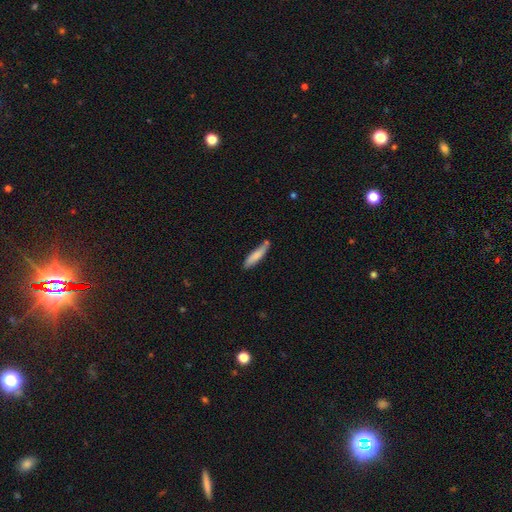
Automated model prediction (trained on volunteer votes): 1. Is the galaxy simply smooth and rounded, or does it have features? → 78% smooth, 16% featured or disk, 6% star or artifact.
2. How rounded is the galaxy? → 83% cigar-shaped, 16% in between, 1% round.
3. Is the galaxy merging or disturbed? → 69% none, 20% minor disturbance, 7% merger, 3% major disturbance.